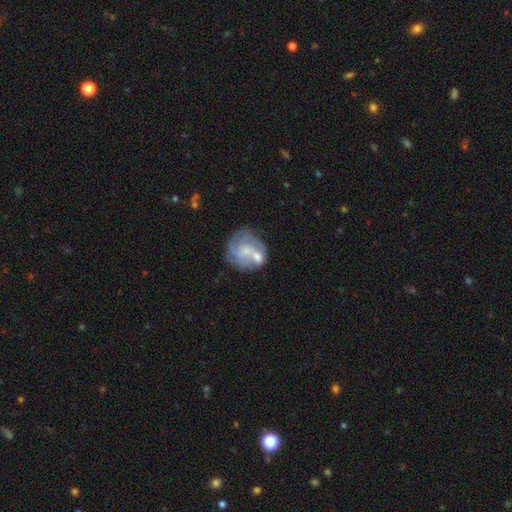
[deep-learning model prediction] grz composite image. It shows a featured or disk galaxy (51%) with no bar (77%), no spiral arms (59%) and a small central bulge (38%). Merging: none (44%).